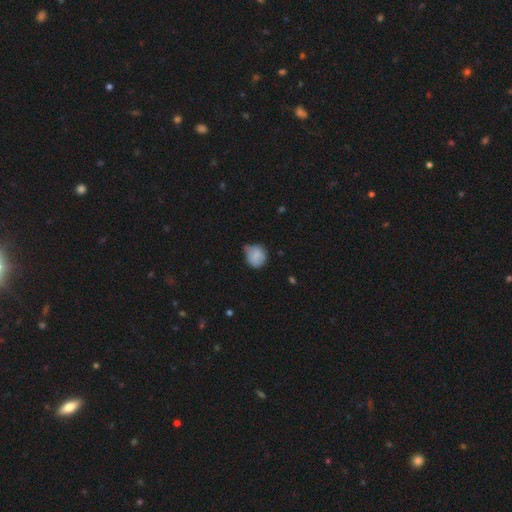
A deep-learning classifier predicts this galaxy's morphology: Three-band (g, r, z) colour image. It shows a smooth galaxy with no disk features (77%) that is round (74%). Merging: minor disturbance (46%).